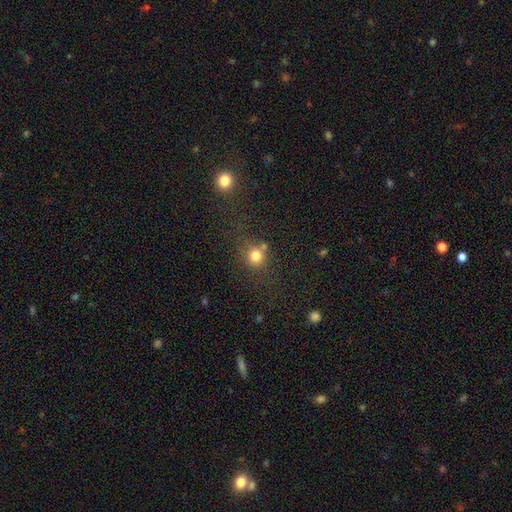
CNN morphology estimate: Smooth or featured: smooth — 78% (star or artifact — 15%)
How rounded: round — 86% (in between — 13%)
Merging: none — 64% (merger — 17%)